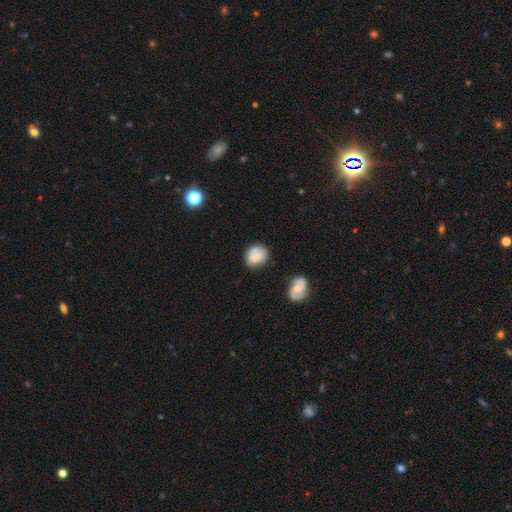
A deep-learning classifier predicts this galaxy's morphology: Smooth or featured? Predicted: smooth (p=0.71). How rounded? Predicted: round (p=0.68). Merging? Predicted: none (p=0.71).